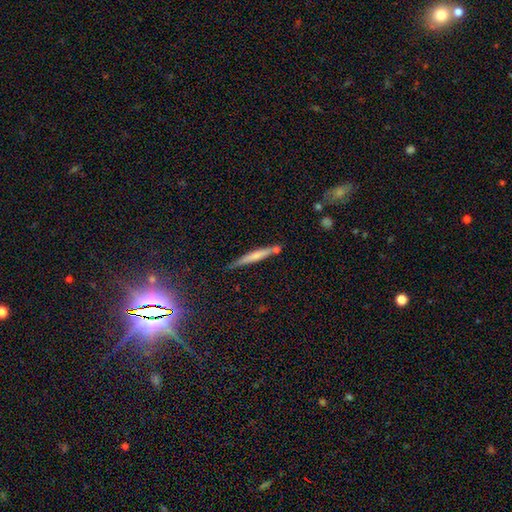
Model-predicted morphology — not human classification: Smooth or featured?
  - smooth: 54% *
  - featured or disk: 38%
  - star or artifact: 8%
How rounded?
  - cigar-shaped: 95% *
  - in between: 4%
  - round: 1%
Merging?
  - none: 71% *
  - minor disturbance: 14%
  - merger: 11%
  - major disturbance: 3%